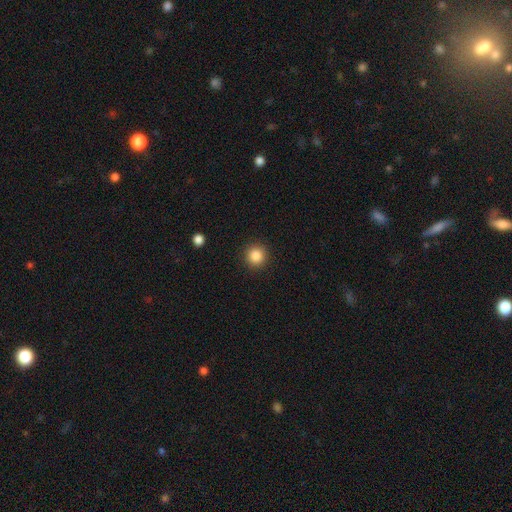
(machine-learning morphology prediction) This appears to be a smooth galaxy with no disk features (86%) that is round (95%). Merging: none (92%).